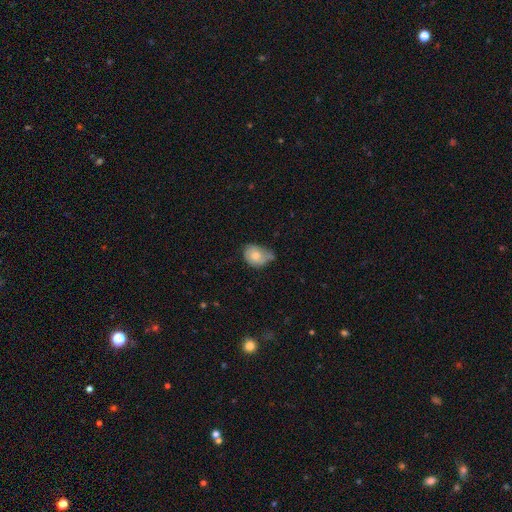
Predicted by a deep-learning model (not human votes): Q: Smooth or featured?
A: smooth (70%); runner-up: featured or disk (23%)
Q: How rounded?
A: in between (60%); runner-up: round (39%)
Q: Merging?
A: minor disturbance (46%); runner-up: none (33%)